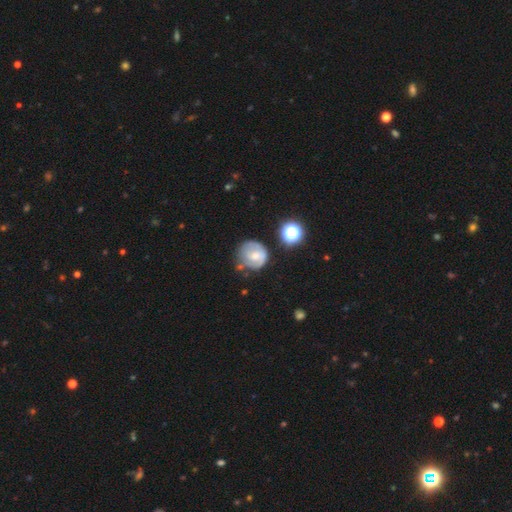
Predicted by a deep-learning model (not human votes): Smooth or featured?
  - smooth: 49% *
  - featured or disk: 41%
  - star or artifact: 9%
Merging?
  - none: 57% *
  - minor disturbance: 26%
  - major disturbance: 11%
  - merger: 7%